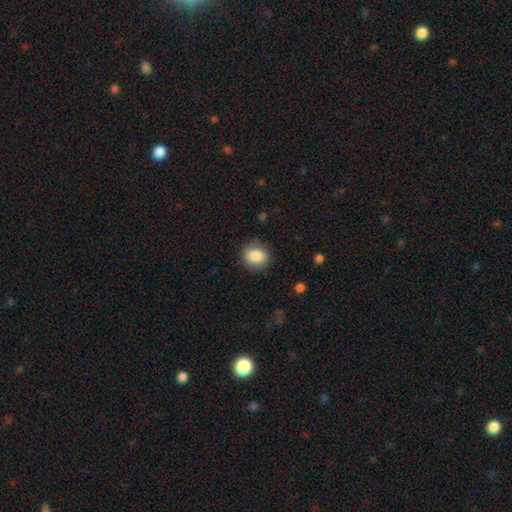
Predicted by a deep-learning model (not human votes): Smooth or featured? Predicted: smooth (p=0.87). How rounded? Predicted: round (p=0.63). Merging? Predicted: none (p=0.84).